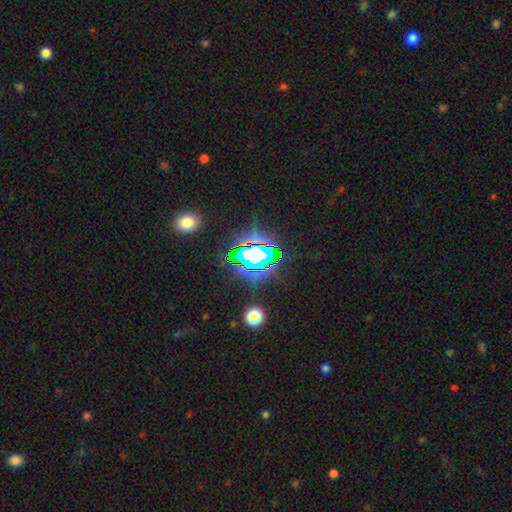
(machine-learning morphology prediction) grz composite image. It shows a star or artifact, not a galaxy (67%).